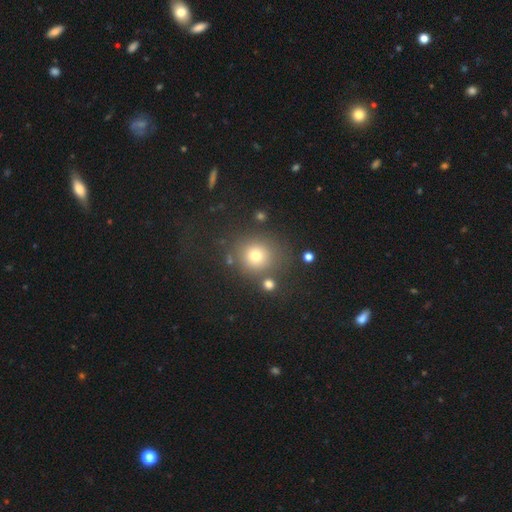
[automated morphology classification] type=smooth (73%); roundness=round (88%); merging=none (77%).